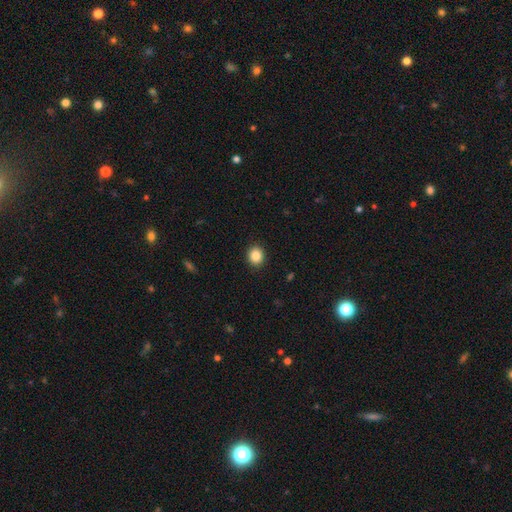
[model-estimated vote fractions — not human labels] Smooth or featured?
  - smooth: 87% *
  - star or artifact: 9%
  - featured or disk: 4%
How rounded?
  - round: 76% *
  - in between: 23%
  - cigar-shaped: 1%
Merging?
  - none: 91% *
  - minor disturbance: 6%
  - major disturbance: 2%
  - merger: 1%